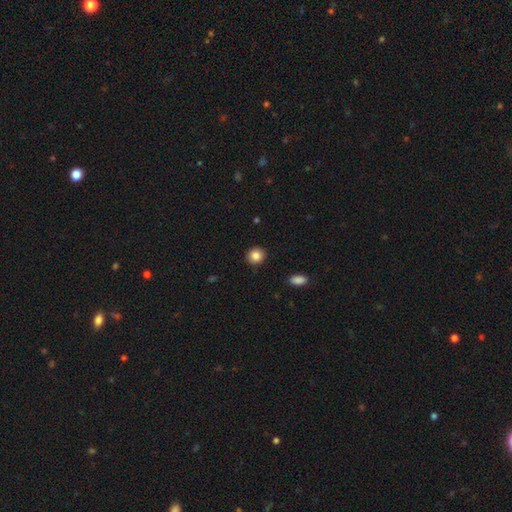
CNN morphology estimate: A smooth galaxy with no disk features (86%) that is round (85%). Merging: none (91%).